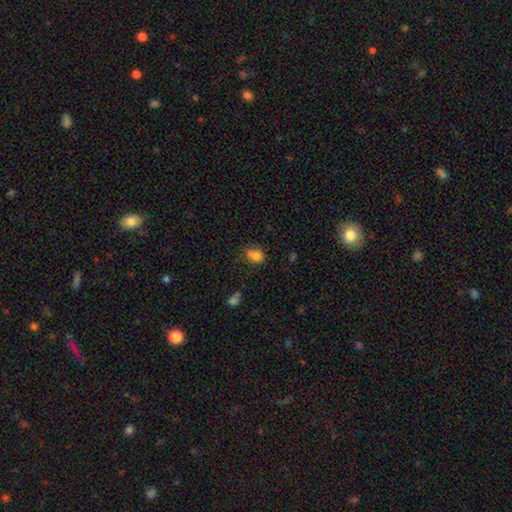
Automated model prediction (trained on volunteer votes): Smooth or featured? Predicted: smooth (p=0.78). How rounded? Predicted: in between (p=0.55). Merging? Predicted: none (p=0.42).